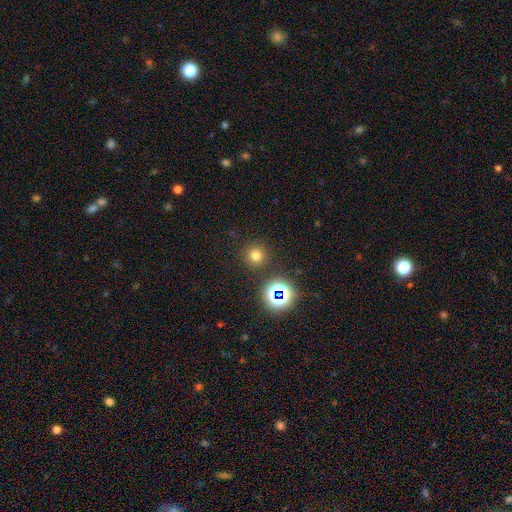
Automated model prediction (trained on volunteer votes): smooth-or-featured: smooth: 70% | star or artifact: 23% | featured or disk: 7%
  how-rounded: round: 94% | in between: 5% | cigar-shaped: 1%
  merging: none: 87% | minor disturbance: 6% | merger: 3% | major disturbance: 3%